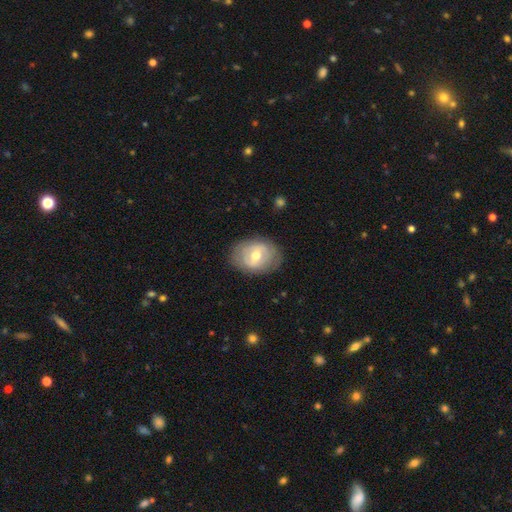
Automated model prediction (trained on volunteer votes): A featured or disk galaxy (53%).

Vote fractions:
- Smooth or featured? featured or disk: 53% / smooth: 40% / star or artifact: 7%
- Edge-on disk? no: 94% / yes: 6%
- Merging? none: 79% / minor disturbance: 15% / major disturbance: 5% / merger: 1%